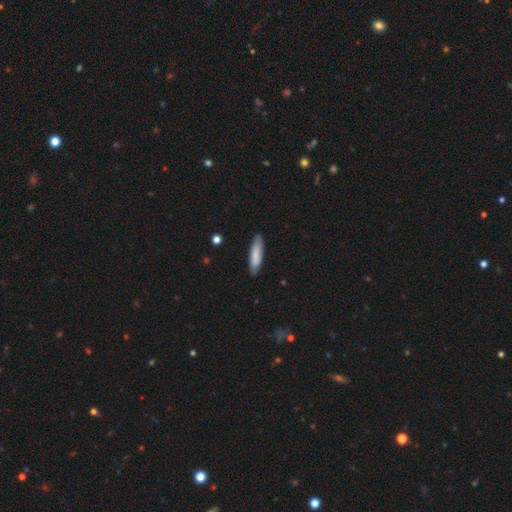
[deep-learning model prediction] Smooth or featured: smooth — 80% (featured or disk — 15%)
How rounded: cigar-shaped — 70% (in between — 28%)
Merging: none — 85% (minor disturbance — 12%)